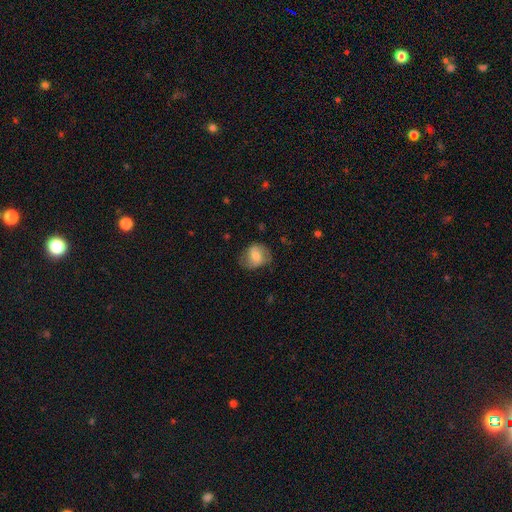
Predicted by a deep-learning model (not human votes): A smooth galaxy with no disk features (55%) that is round (58%). Merging: none (67%).